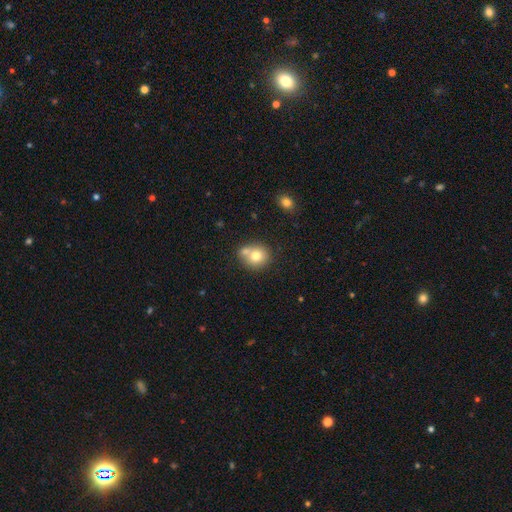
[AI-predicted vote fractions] Smooth or featured? Predicted: smooth (p=0.75). How rounded? Predicted: round (p=0.79). Merging? Predicted: none (p=0.49).